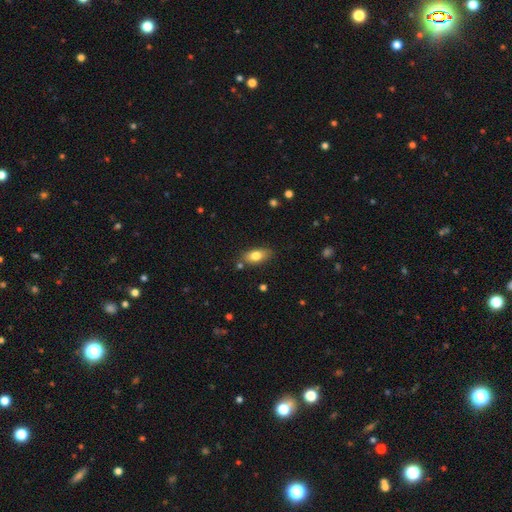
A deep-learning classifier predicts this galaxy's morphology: Q: Smooth or featured?
A: smooth (78%); runner-up: featured or disk (14%)
Q: How rounded?
A: in between (86%); runner-up: cigar-shaped (9%)
Q: Merging?
A: none (79%); runner-up: minor disturbance (14%)